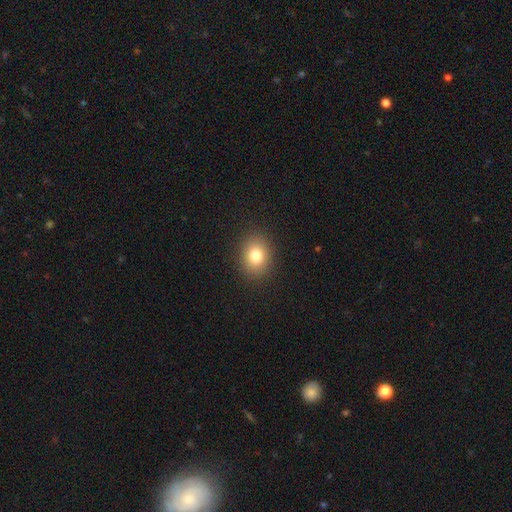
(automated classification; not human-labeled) Overall: smooth (80%). How rounded: round (55%; in between 44%). Merging: none (90%).